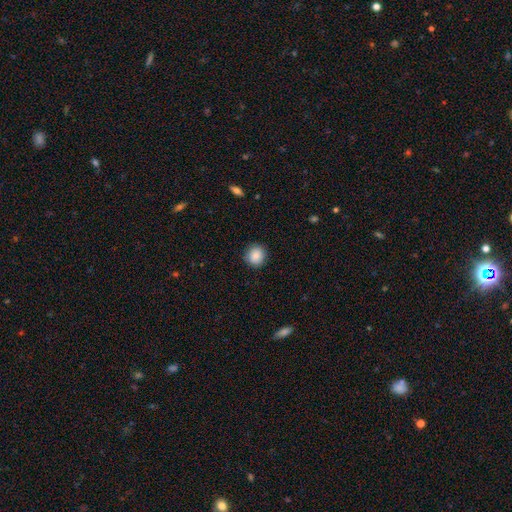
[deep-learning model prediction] smooth_or_featured: smooth (p=0.87) [alt: star or artifact p=0.08]
how_rounded: round (p=0.87) [alt: in between p=0.12]
merging: none (p=0.88) [alt: minor disturbance p=0.09]